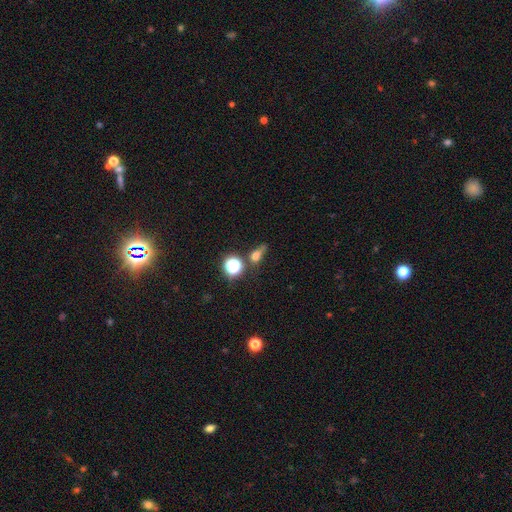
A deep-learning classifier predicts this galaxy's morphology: Smooth or featured: smooth — 57% (star or artifact — 26%)
How rounded: round — 48% (in between — 38%)
Merging: none — 43% (minor disturbance — 22%)